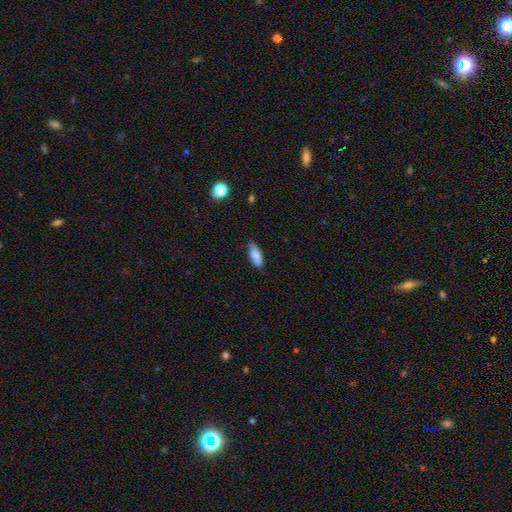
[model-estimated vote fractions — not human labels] Smooth or featured: smooth — 85% (featured or disk — 8%)
How rounded: in between — 74% (cigar-shaped — 24%)
Merging: none — 76% (minor disturbance — 19%)